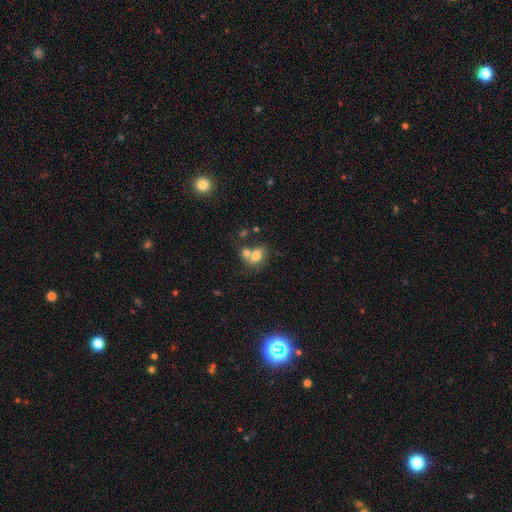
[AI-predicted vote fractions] smooth_or_featured: smooth (p=0.73) [alt: featured or disk p=0.16]
how_rounded: in between (p=0.63) [alt: round p=0.35]
merging: merger (p=0.50) [alt: none p=0.33]